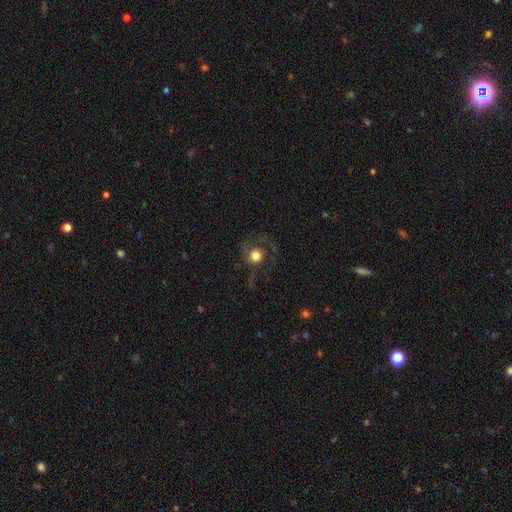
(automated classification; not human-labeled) Smooth or featured? smooth (51%)
How rounded? round (88%)
Merging? none (52%)